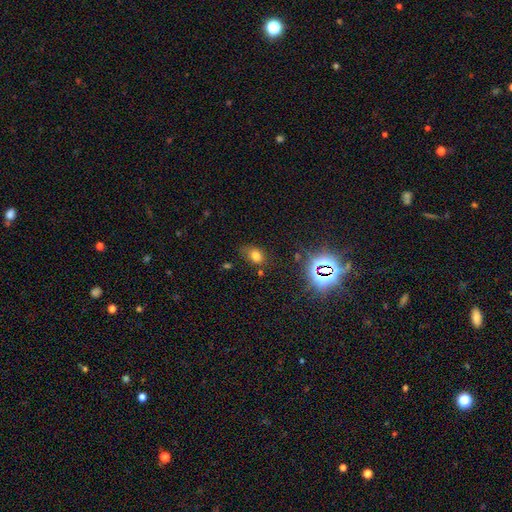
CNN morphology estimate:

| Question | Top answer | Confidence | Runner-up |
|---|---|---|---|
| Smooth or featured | smooth | 69% | star or artifact (21%) |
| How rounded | in between | 69% | round (29%) |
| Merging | none | 64% | minor disturbance (23%) |